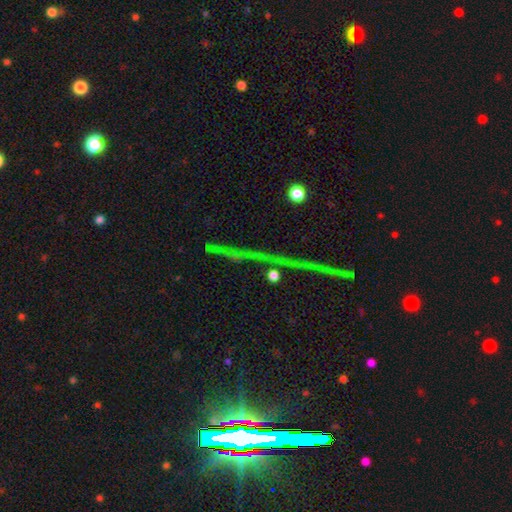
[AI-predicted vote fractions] Smooth or featured?
  - star or artifact: 70% *
  - featured or disk: 16%
  - smooth: 14%